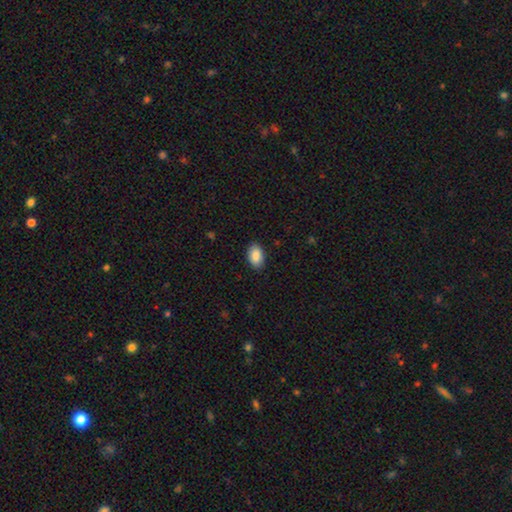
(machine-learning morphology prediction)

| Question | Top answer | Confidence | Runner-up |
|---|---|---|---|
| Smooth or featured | smooth | 89% | star or artifact (6%) |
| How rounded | in between | 92% | round (6%) |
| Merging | none | 89% | minor disturbance (8%) |